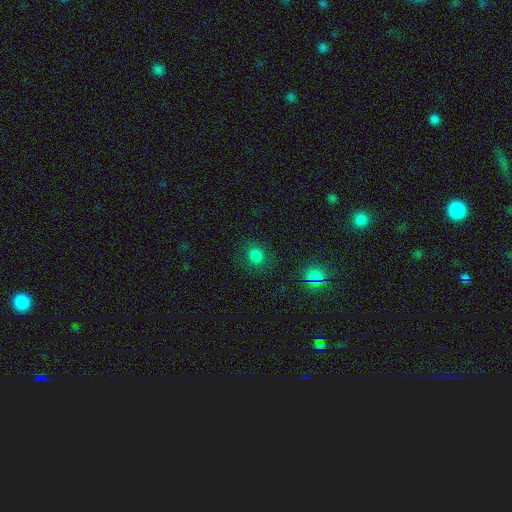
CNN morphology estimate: smooth-or-featured: smooth: 80% | star or artifact: 16% | featured or disk: 4%
  how-rounded: round: 68% | in between: 31% | cigar-shaped: 1%
  merging: none: 83% | minor disturbance: 11% | major disturbance: 4% | merger: 2%